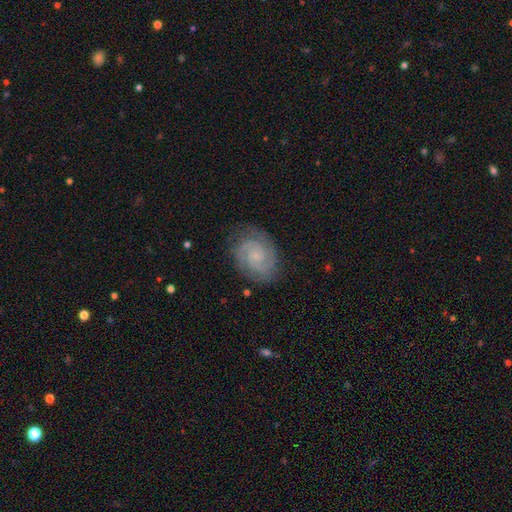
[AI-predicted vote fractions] This appears to be a featured or disk galaxy (84%) with no bar (65%), 2 (80%) tight (62%) spiral arms (98%) and a small central bulge (64%). Merging: none (81%).